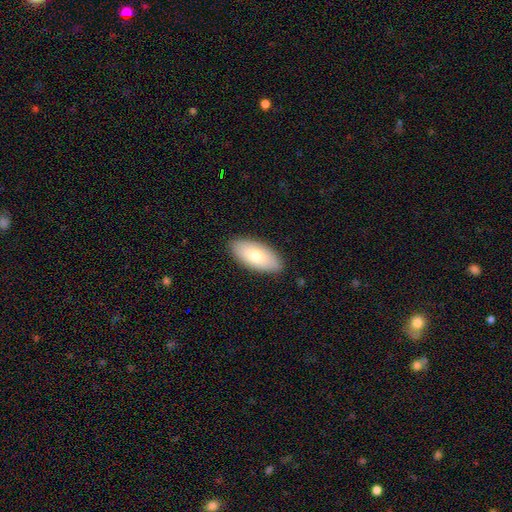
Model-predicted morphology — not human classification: smooth_or_featured: smooth (p=0.77) [alt: featured or disk p=0.17]
how_rounded: in between (p=0.89) [alt: cigar-shaped p=0.09]
merging: none (p=0.87) [alt: minor disturbance p=0.09]